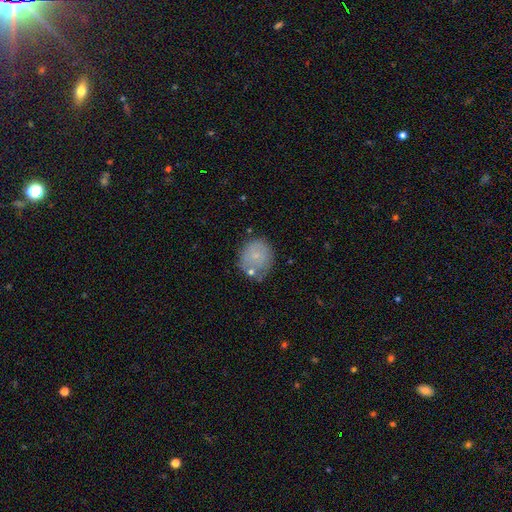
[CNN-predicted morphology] smooth 70%, featured or disk 22%, star or artifact 8%. Down the decision tree: how rounded — round (81%); merging — none (61%).